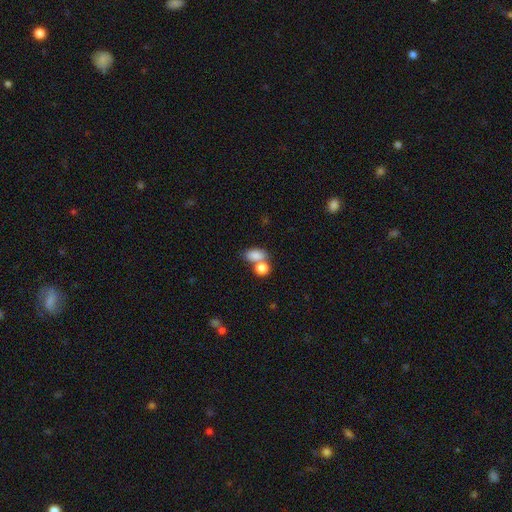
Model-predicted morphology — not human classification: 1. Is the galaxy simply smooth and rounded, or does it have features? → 82% smooth, 9% star or artifact, 9% featured or disk.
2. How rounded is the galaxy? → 82% in between, 16% round, 2% cigar-shaped.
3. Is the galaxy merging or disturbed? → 46% merger, 38% none, 11% minor disturbance, 5% major disturbance.